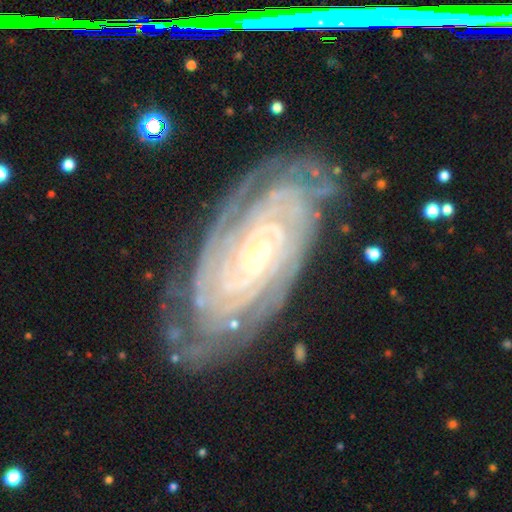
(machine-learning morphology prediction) smooth_or_featured: featured or disk (p=0.90) [alt: star or artifact p=0.05]
disk_edge_on: no (p=0.95) [alt: yes p=0.05]
bar: no (p=0.63) [alt: weak p=0.24]
has_spiral_arms: yes (p=0.98) [alt: no p=0.02]
spiral_winding: tight (p=0.85) [alt: medium p=0.13]
spiral_arm_count: 4 (p=0.25) [alt: can't tell p=0.22]
bulge_size: small (p=0.80) [alt: moderate p=0.16]
merging: none (p=0.78) [alt: minor disturbance p=0.16]